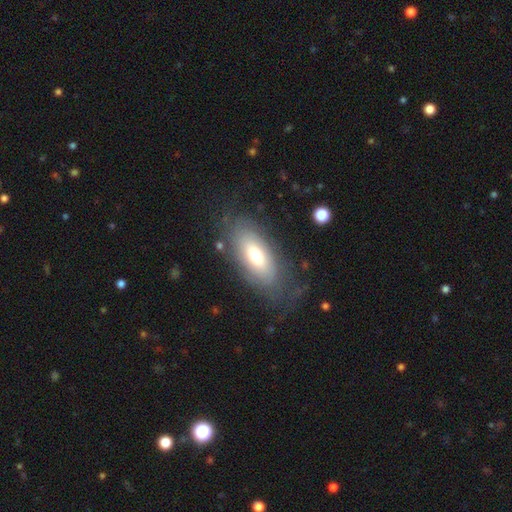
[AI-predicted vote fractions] smooth 57%, featured or disk 35%, star or artifact 8%. Down the decision tree: how rounded — in between (84%); merging — none (70%).